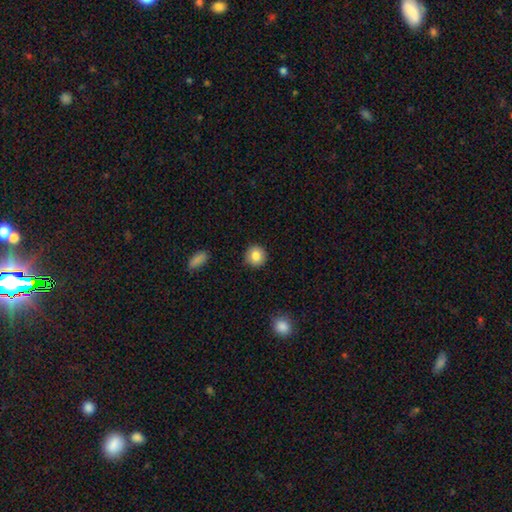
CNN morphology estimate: Smooth or featured? Predicted: smooth (p=0.84). How rounded? Predicted: round (p=0.92). Merging? Predicted: none (p=0.91).